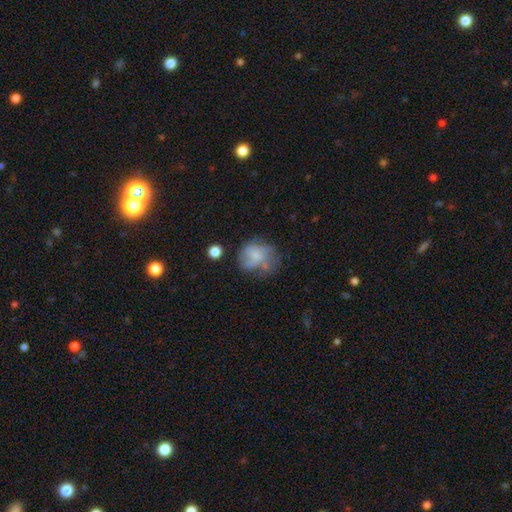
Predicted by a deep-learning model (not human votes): smooth 57%, featured or disk 33%, star or artifact 10%. Down the decision tree: how rounded — round (60%); merging — none (40%).